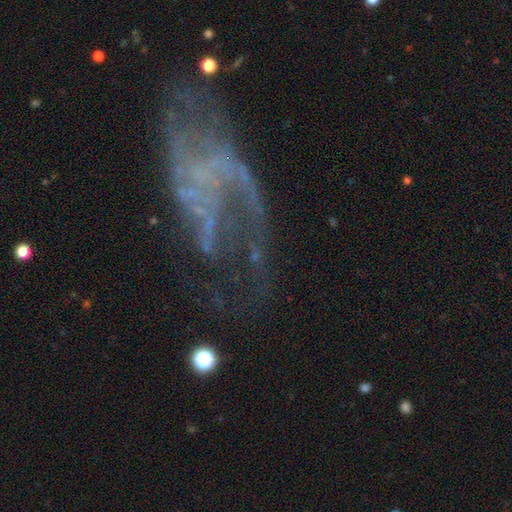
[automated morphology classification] Q: Smooth or featured?
A: featured or disk (74%); runner-up: star or artifact (15%)
Q: Edge-on disk?
A: no (95%); runner-up: yes (5%)
Q: Bar?
A: no (70%); runner-up: weak (22%)
Q: Spiral arms?
A: yes (68%); runner-up: no (32%)
Q: Bulge size?
A: none (77%); runner-up: small (15%)
Q: Merging?
A: major disturbance (41%); runner-up: none (38%)